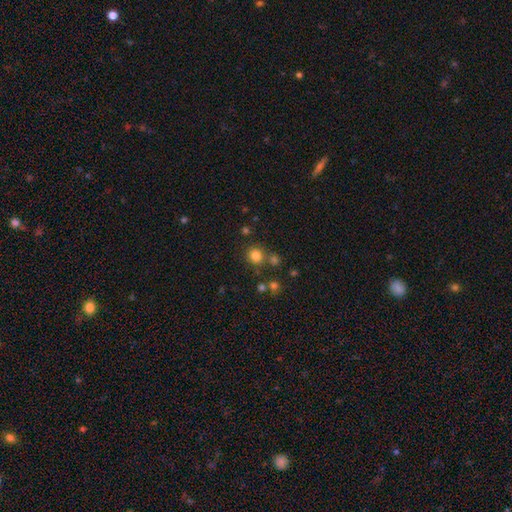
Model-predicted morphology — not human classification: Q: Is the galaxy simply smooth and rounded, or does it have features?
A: smooth — 80%.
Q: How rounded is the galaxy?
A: round — 91%.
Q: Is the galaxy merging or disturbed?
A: none — 78%.